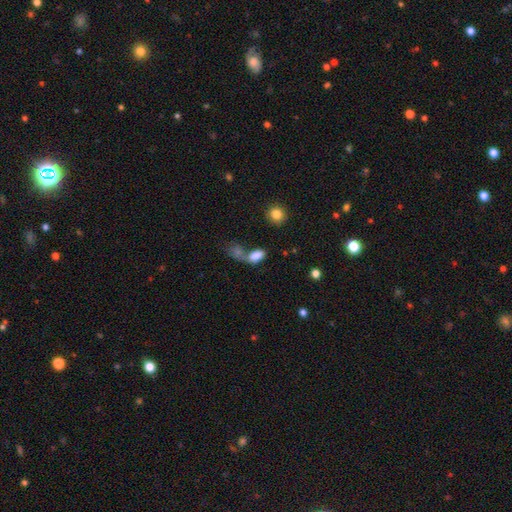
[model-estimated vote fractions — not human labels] The model was most divided on "merging": merger: 52%, none: 27%, major disturbance: 11%, minor disturbance: 10%. More confident: how rounded — in between (87%); smooth or featured — smooth (80%).